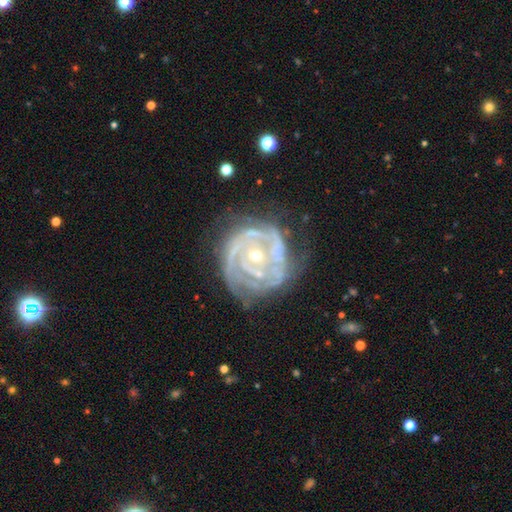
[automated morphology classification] This is clearly a featured or disk galaxy (87%). It is clearly not viewed edge-on (97%). Bar: likely no (76%). Spiral arm pattern: clearly yes (92%). Spiral arm count: marginally can't tell (32%). Spiral winding: likely tight (75%). Central bulge: likely small (63%). Merging: possibly none (57%).